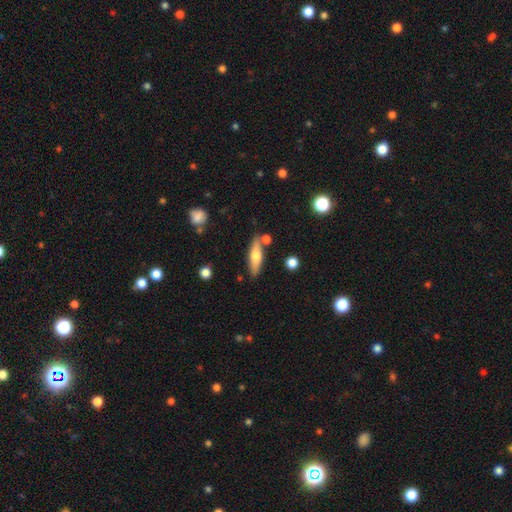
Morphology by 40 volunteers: Smooth or featured? 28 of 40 (70%) said smooth. How rounded? 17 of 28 (61%) said cigar-shaped. Merging? 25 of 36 (69%) said none.